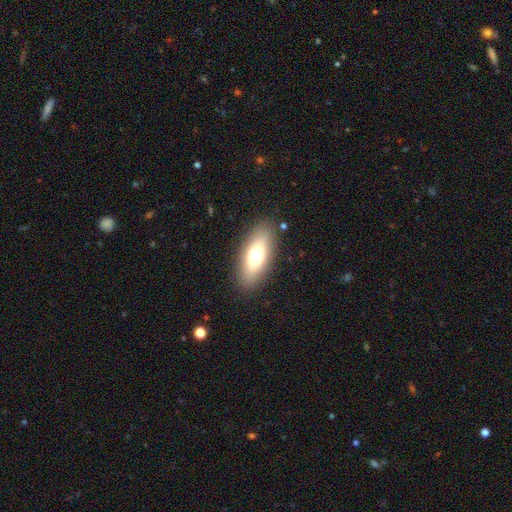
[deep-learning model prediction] smooth_or_featured: smooth (p=0.66) [alt: featured or disk p=0.25]
how_rounded: in between (p=0.76) [alt: cigar-shaped p=0.20]
merging: none (p=0.86) [alt: minor disturbance p=0.09]